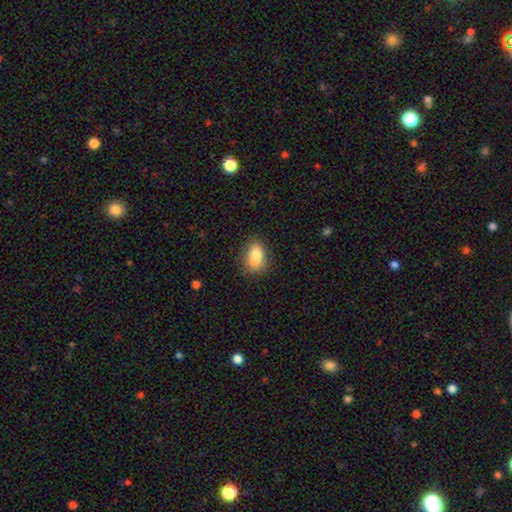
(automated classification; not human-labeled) smooth 75%, featured or disk 16%, star or artifact 9%. Down the decision tree: how rounded — in between (78%); merging — none (53%).